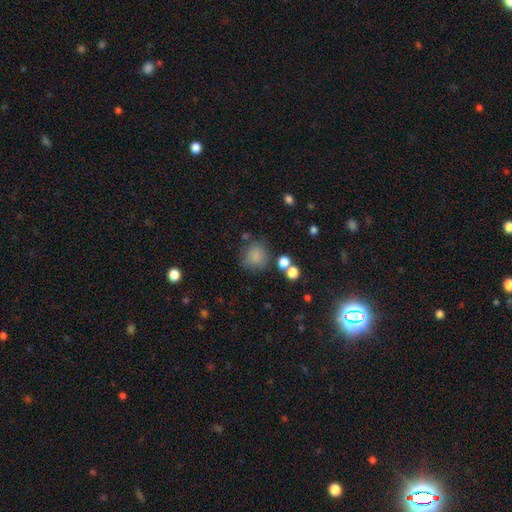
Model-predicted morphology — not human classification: type=smooth (79%); roundness=round (79%); merging=none (67%).